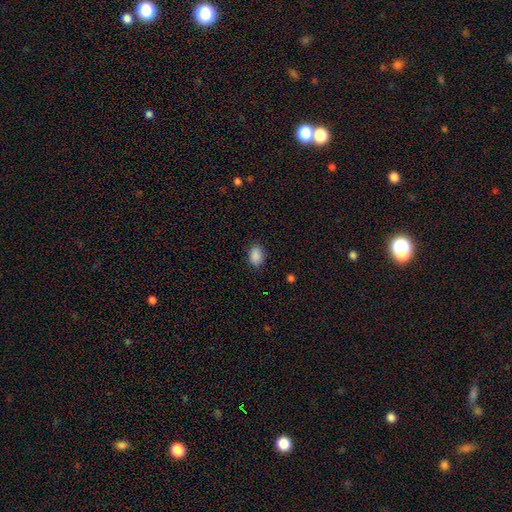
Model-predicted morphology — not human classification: Smooth or featured: smooth — 89% (star or artifact — 8%)
How rounded: in between — 75% (round — 24%)
Merging: none — 86% (minor disturbance — 10%)